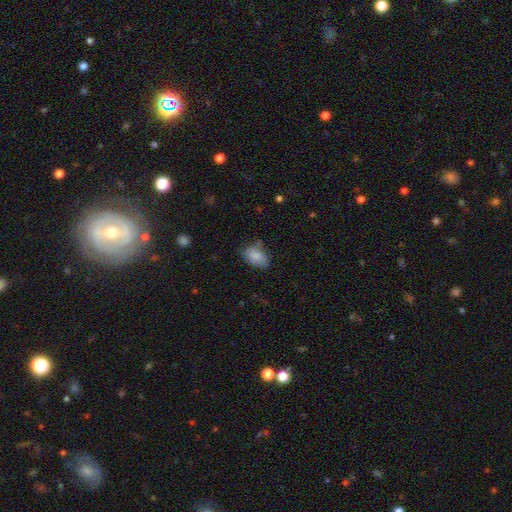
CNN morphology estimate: smooth 84%, featured or disk 9%, star or artifact 7%. Down the decision tree: how rounded — in between (89%); merging — none (58%).